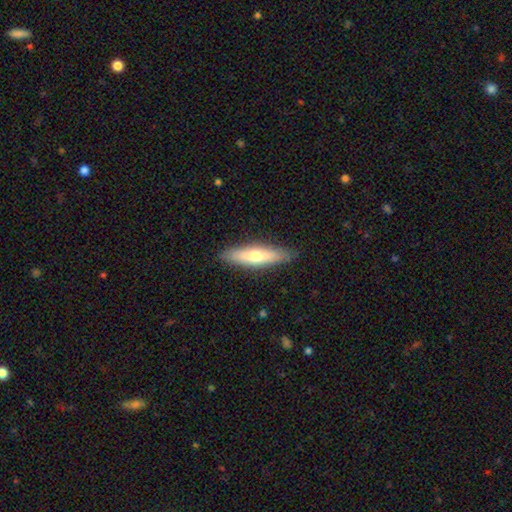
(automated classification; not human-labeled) Q: Smooth or featured?
A: smooth (58%); runner-up: featured or disk (36%)
Q: How rounded?
A: cigar-shaped (76%); runner-up: in between (22%)
Q: Merging?
A: none (88%); runner-up: minor disturbance (9%)